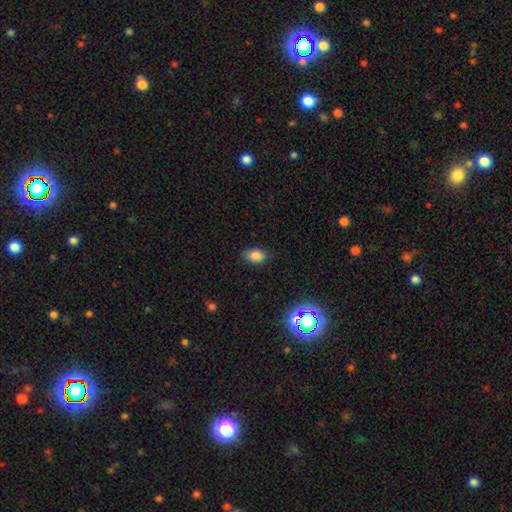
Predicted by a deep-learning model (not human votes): Overall: smooth (83%). How rounded: in between (83%). Merging: none (78%).